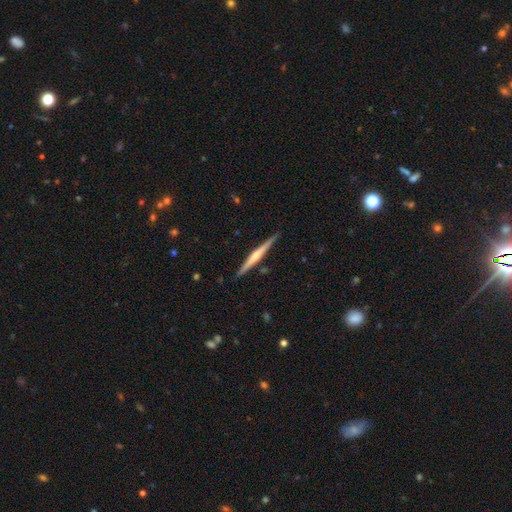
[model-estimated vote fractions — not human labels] The model was most divided on "edge-on bulge": rounded: 58%, none: 29%, boxy: 13%. More confident: edge-on disk — yes (98%); merging — none (89%); smooth or featured — featured or disk (66%).